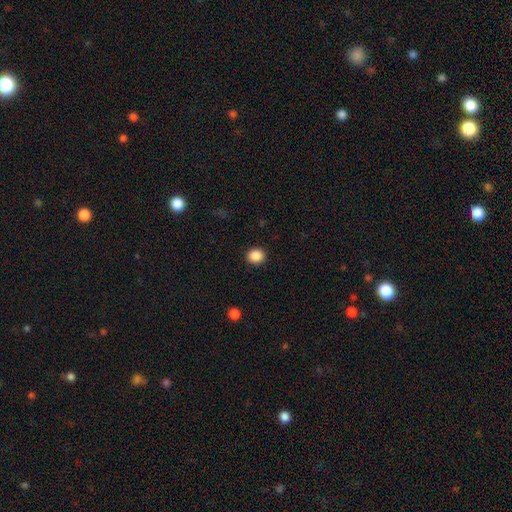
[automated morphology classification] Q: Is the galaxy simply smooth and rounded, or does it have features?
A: smooth — 88%.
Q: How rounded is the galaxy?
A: round — 81%.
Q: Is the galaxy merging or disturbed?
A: none — 91%.